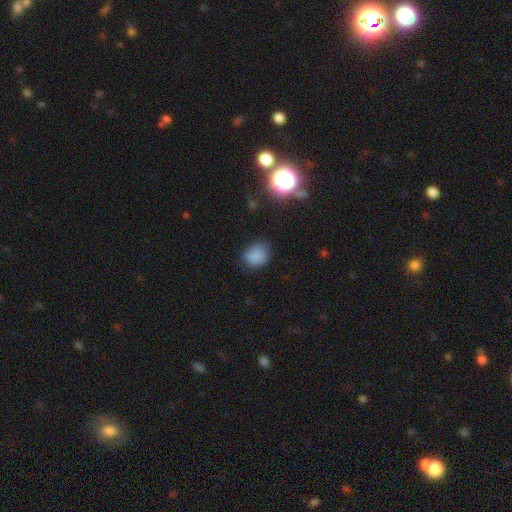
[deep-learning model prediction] Smooth or featured: smooth — 79% (star or artifact — 15%)
How rounded: round — 54% (in between — 45%)
Merging: none — 69% (minor disturbance — 22%)